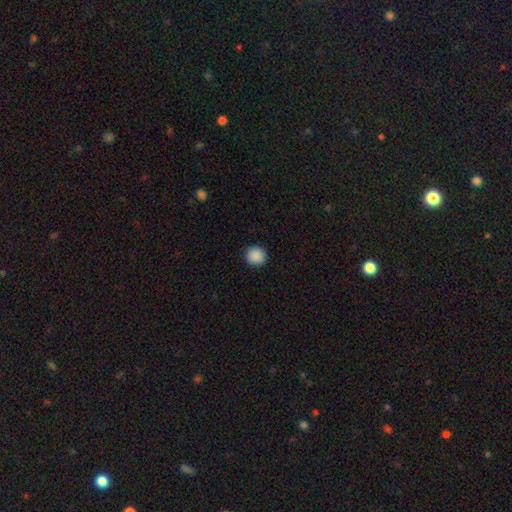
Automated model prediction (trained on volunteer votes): This appears to be a smooth galaxy with no disk features (89%) that is round (92%). Merging: none (92%).